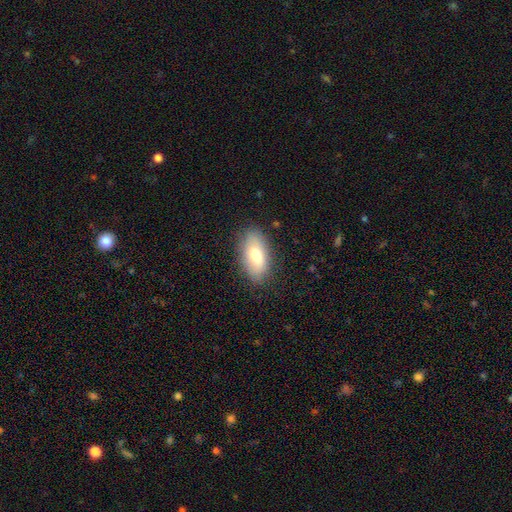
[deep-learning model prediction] smooth-or-featured: smooth: 75% | featured or disk: 18% | star or artifact: 7%
  how-rounded: in between: 92% | round: 4% | cigar-shaped: 4%
  merging: none: 84% | minor disturbance: 12% | major disturbance: 3% | merger: 1%